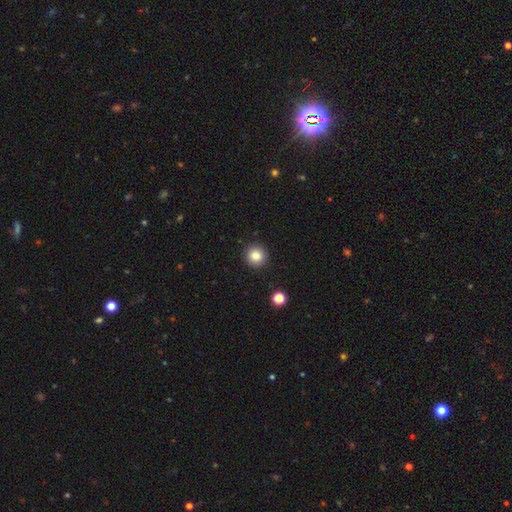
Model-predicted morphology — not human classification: This appears to be a smooth galaxy with no disk features (84%) that is round (95%). Merging: none (92%).